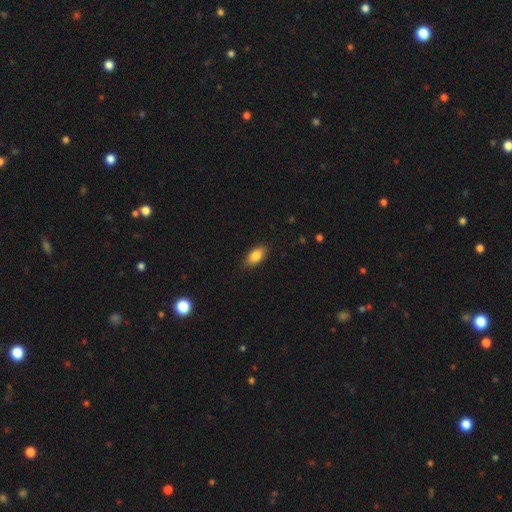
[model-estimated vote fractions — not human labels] A smooth galaxy with no disk features (84%) that is in between round and cigar-shaped (90%).

Vote fractions:
- Smooth or featured? smooth: 84% / featured or disk: 9% / star or artifact: 7%
- How rounded? in between: 90% / cigar-shaped: 6% / round: 4%
- Merging? none: 86% / minor disturbance: 11% / major disturbance: 2% / merger: 1%